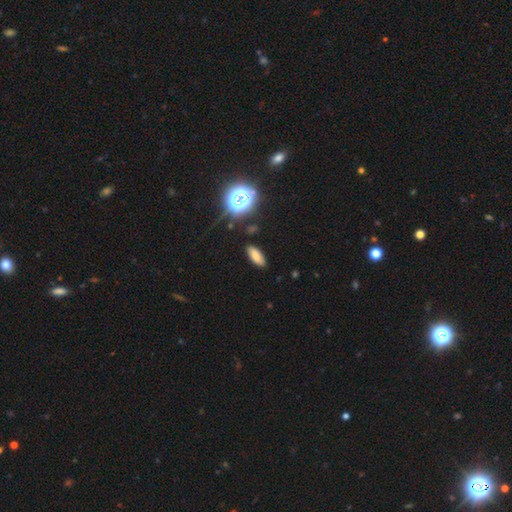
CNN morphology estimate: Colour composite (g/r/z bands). It shows a smooth galaxy with no disk features (75%) that is in between round and cigar-shaped (74%). Merging: none (87%).